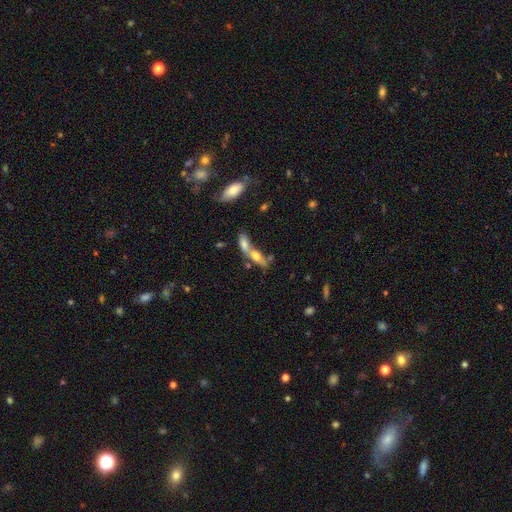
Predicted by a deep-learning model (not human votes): The model was most divided on "how rounded": in between: 52%, cigar-shaped: 41%, round: 6%. More confident: merging — merger (62%); smooth or featured — smooth (51%).